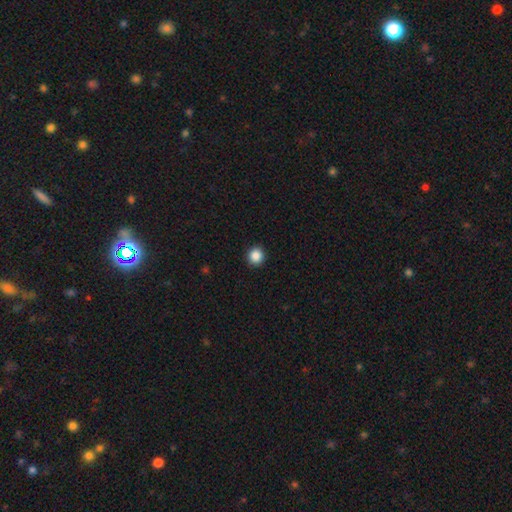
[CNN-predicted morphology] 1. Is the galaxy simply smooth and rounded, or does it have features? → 87% smooth, 10% star or artifact, 3% featured or disk.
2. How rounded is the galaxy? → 93% round, 6% in between, 1% cigar-shaped.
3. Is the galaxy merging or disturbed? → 92% none, 5% minor disturbance, 2% major disturbance, 1% merger.